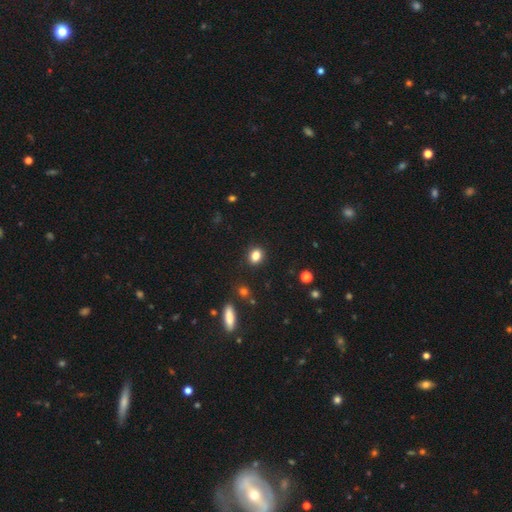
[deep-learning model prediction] A smooth galaxy with no disk features (84%) that is round (53%).

Vote fractions:
- Smooth or featured? smooth: 84% / star or artifact: 11% / featured or disk: 5%
- How rounded? round: 53% / in between: 45% / cigar-shaped: 2%
- Merging? none: 89% / minor disturbance: 8% / major disturbance: 2% / merger: 2%